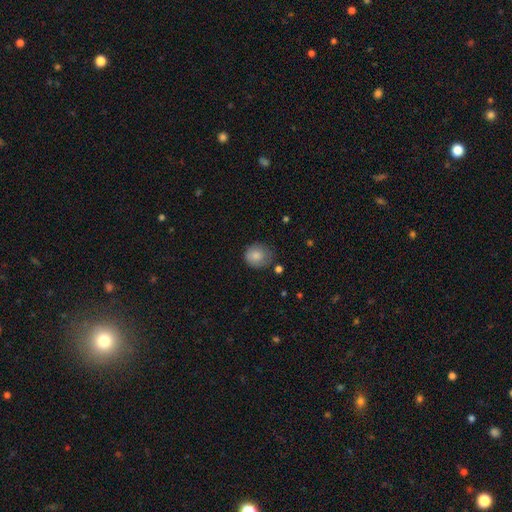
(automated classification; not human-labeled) The model was most divided on "merging": none: 65%, minor disturbance: 26%, major disturbance: 6%, merger: 3%. More confident: smooth or featured — smooth (83%); how rounded — round (78%).